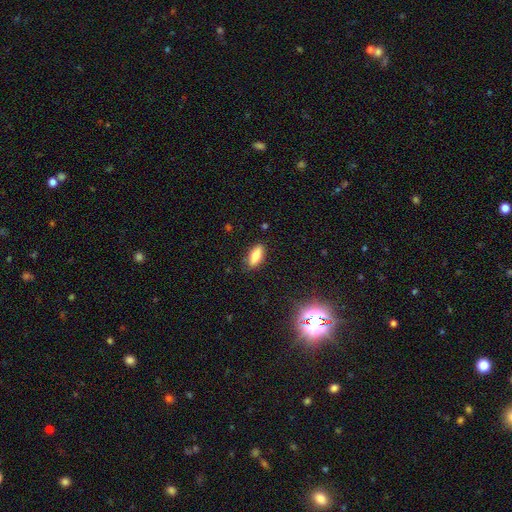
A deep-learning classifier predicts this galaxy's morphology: Q: Smooth or featured?
A: smooth (78%); runner-up: featured or disk (13%)
Q: How rounded?
A: in between (73%); runner-up: cigar-shaped (24%)
Q: Merging?
A: none (84%); runner-up: minor disturbance (12%)